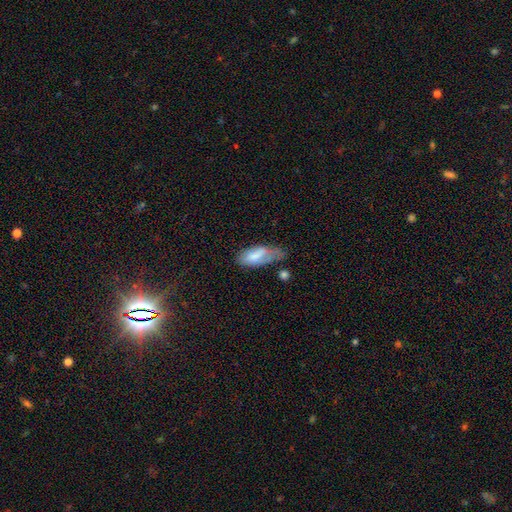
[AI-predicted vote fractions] Overall: smooth (71%). How rounded: in between (84%). Merging: minor disturbance (39%; none 32%).